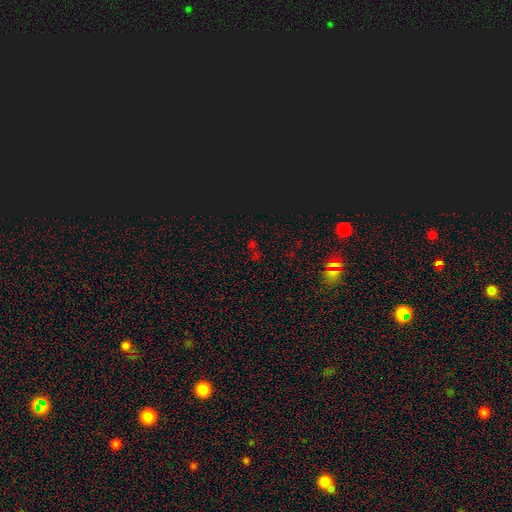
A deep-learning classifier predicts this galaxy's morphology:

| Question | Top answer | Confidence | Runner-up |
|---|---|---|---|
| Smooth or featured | star or artifact | 64% | smooth (27%) |